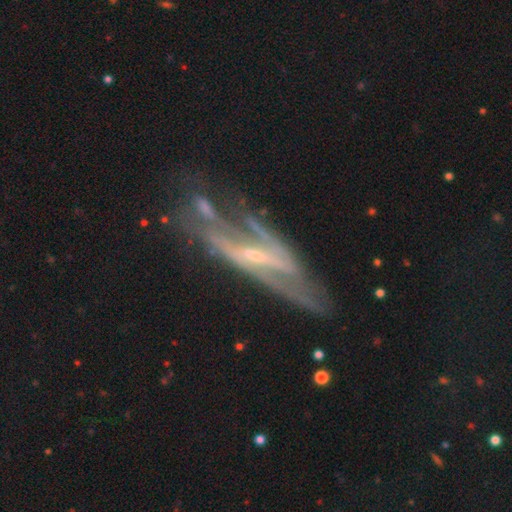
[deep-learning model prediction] A featured or disk galaxy (85%) with a strong bar (45%), spiral arms (83%) and a small central bulge (73%).

Vote fractions:
- Smooth or featured? featured or disk: 85% / smooth: 8% / star or artifact: 7%
- Edge-on disk? no: 71% / yes: 29%
- Bar? strong: 45% / weak: 33% / no: 22%
- Spiral arms? yes: 83% / no: 17%
- Bulge size? small: 73% / moderate: 19% / none: 5% / large: 2% / dominant: 1%
- Merging? none: 55% / minor disturbance: 21% / major disturbance: 17% / merger: 7%